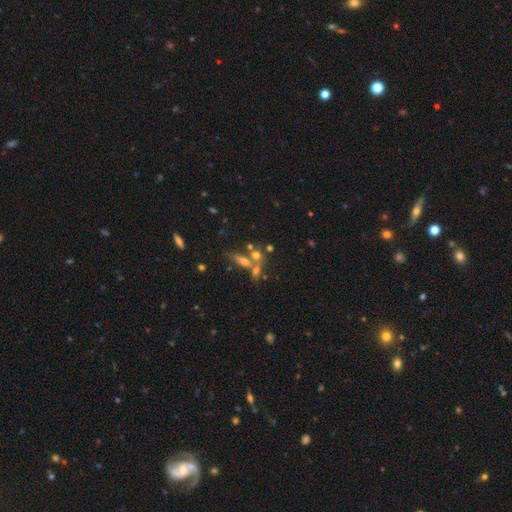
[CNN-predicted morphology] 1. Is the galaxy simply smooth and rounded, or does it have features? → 49% smooth, 32% featured or disk, 19% star or artifact.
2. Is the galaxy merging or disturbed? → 43% merger, 39% none, 10% minor disturbance, 7% major disturbance.